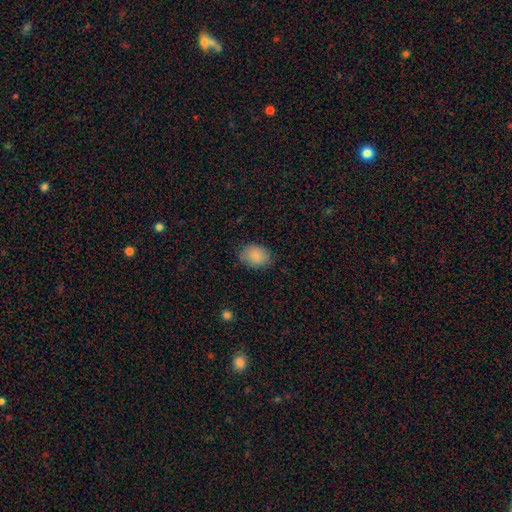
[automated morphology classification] type=smooth (88%); roundness=in between (74%); merging=none (82%).